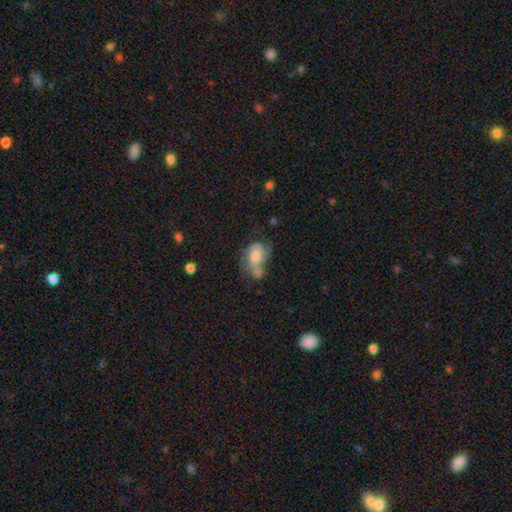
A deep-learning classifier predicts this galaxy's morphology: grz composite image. It shows a featured or disk galaxy (46%). Merging: merger (27%).